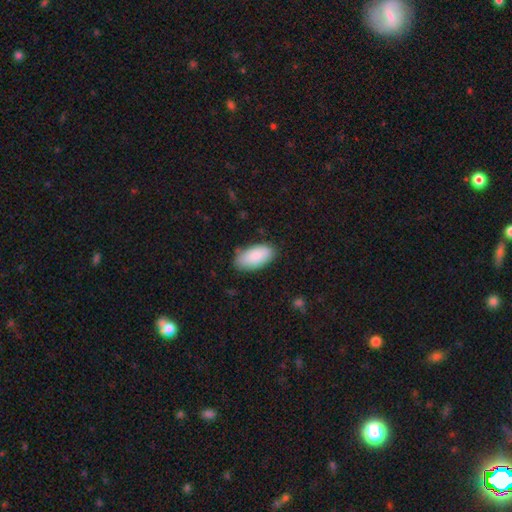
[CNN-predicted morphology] The model was most divided on "merging": none: 79%, minor disturbance: 16%, major disturbance: 3%, merger: 2%. More confident: how rounded — in between (94%); smooth or featured — smooth (88%).